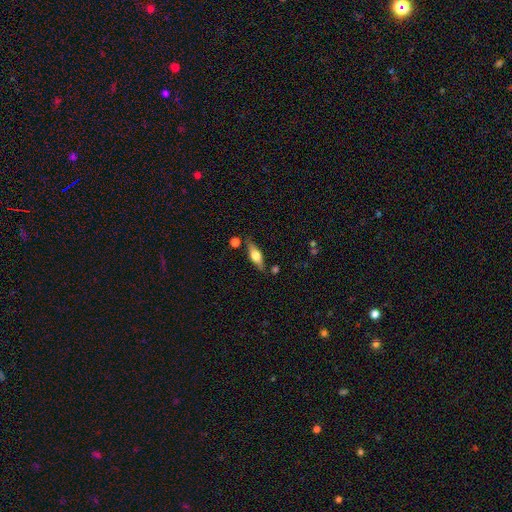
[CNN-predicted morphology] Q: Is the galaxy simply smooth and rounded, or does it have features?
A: featured or disk — 47%, tied with smooth.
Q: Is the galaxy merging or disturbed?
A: none — 78%.